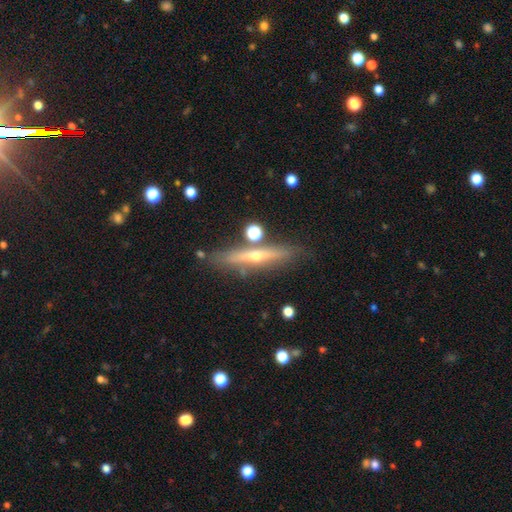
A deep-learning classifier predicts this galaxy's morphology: A featured or disk galaxy (65%) viewed edge-on (93%) with a rounded central bulge (85%). Merging: none (80%).